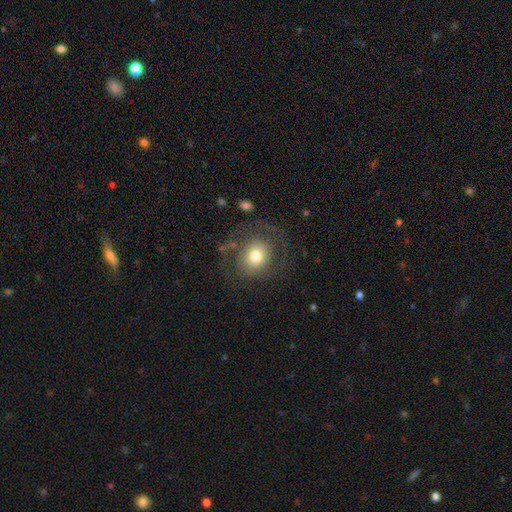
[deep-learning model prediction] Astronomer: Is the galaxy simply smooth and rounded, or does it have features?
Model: smooth — 51% (runner-up: featured or disk, 40%).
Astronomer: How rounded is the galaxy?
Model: round — 73%.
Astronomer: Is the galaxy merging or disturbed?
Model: none — 64%.